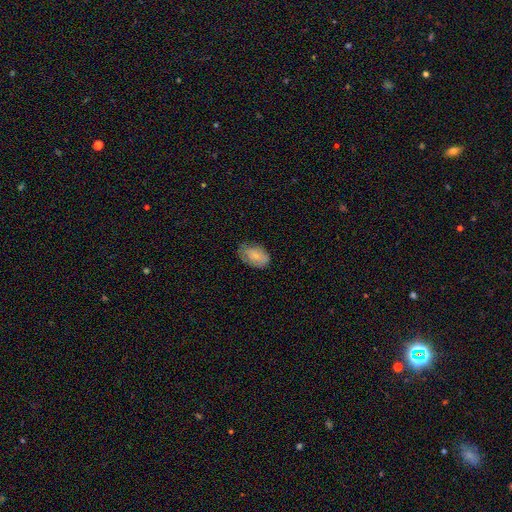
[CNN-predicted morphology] Smooth or featured? smooth (71%)
How rounded? in between (88%)
Merging? none (64%)